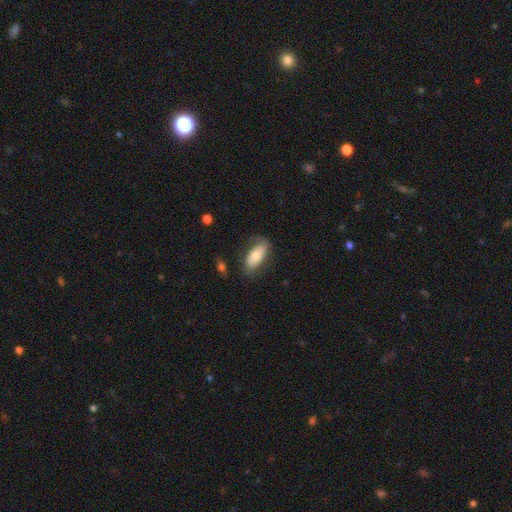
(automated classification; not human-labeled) Smooth or featured? Predicted: smooth (p=0.70). How rounded? Predicted: in between (p=0.83). Merging? Predicted: none (p=0.68).